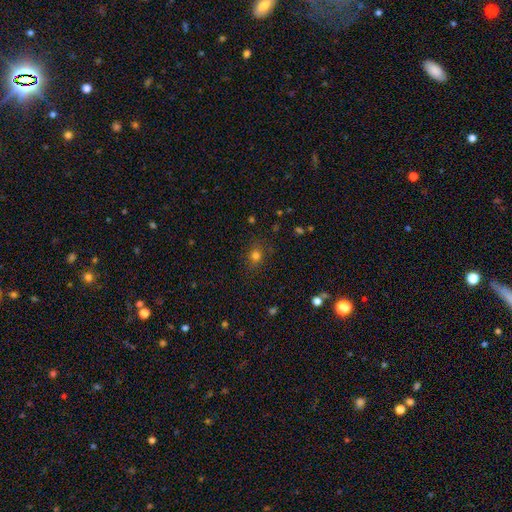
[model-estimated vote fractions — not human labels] Overall: smooth (76%). How rounded: round (68%; in between 30%). Merging: none (83%).